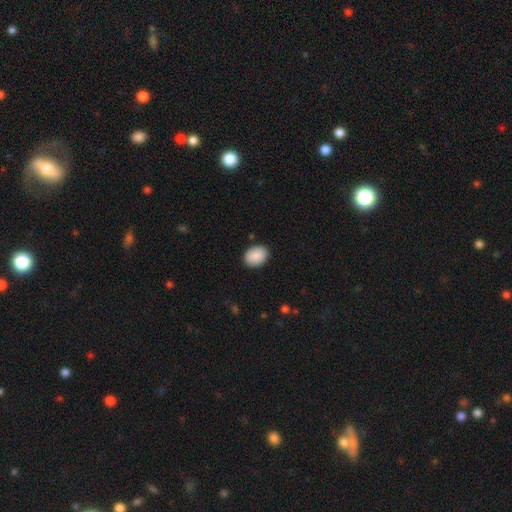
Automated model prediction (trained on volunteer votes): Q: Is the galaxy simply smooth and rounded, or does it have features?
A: smooth — 90%.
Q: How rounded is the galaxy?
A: in between — 74%.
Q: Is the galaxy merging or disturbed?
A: none — 87%.